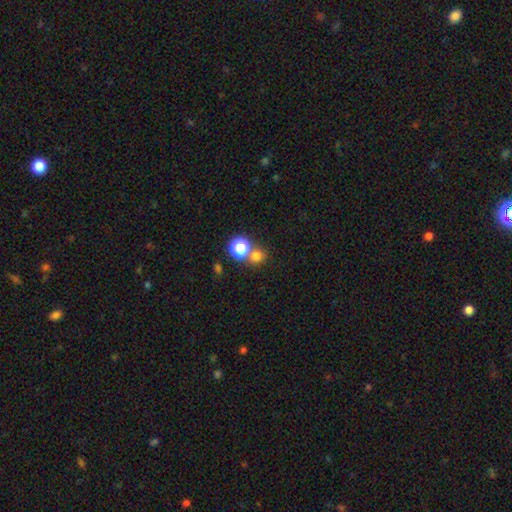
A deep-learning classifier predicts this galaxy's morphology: smooth 71%, star or artifact 22%, featured or disk 7%. Down the decision tree: how rounded — round (82%); merging — none (60%).